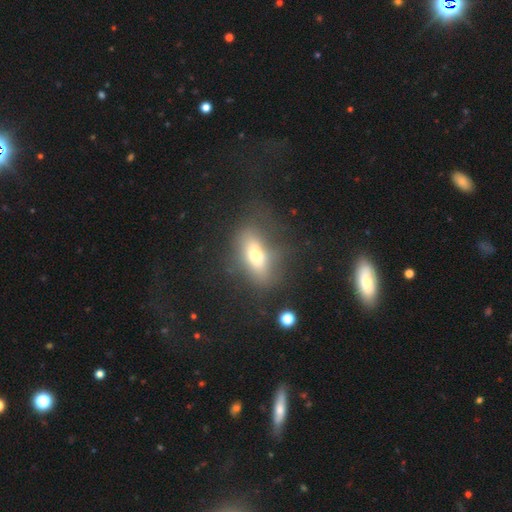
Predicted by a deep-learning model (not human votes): Smooth or featured?
  - smooth: 60% *
  - featured or disk: 28%
  - star or artifact: 12%
How rounded?
  - in between: 75% *
  - cigar-shaped: 15%
  - round: 10%
Merging?
  - none: 55% *
  - minor disturbance: 21%
  - major disturbance: 20%
  - merger: 4%